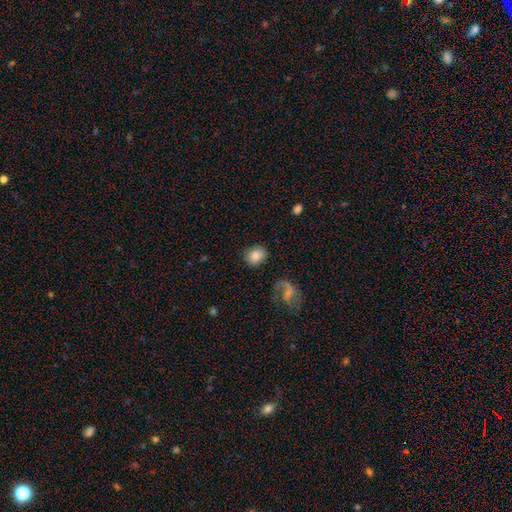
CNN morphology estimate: Smooth or featured? Predicted: smooth (p=0.81). How rounded? Predicted: round (p=0.55). Merging? Predicted: none (p=0.81).